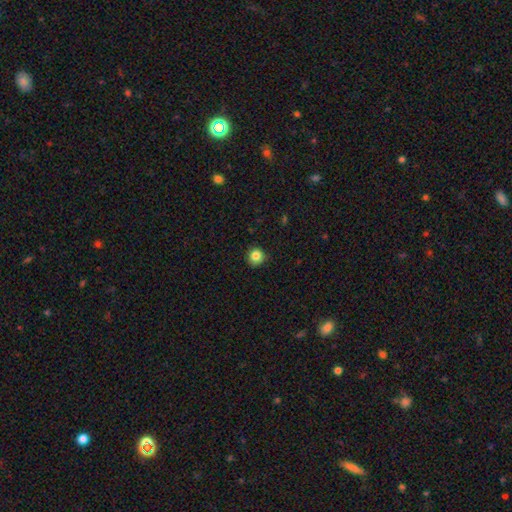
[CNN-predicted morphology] This is clearly a smooth galaxy (84%). How rounded: clearly round (92%). Merging: clearly none (85%).